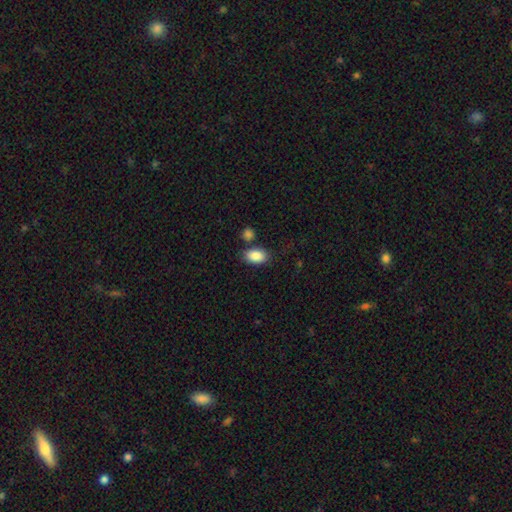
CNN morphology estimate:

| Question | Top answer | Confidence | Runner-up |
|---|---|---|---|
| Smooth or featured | smooth | 87% | star or artifact (7%) |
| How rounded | in between | 89% | round (9%) |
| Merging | none | 73% | minor disturbance (13%) |